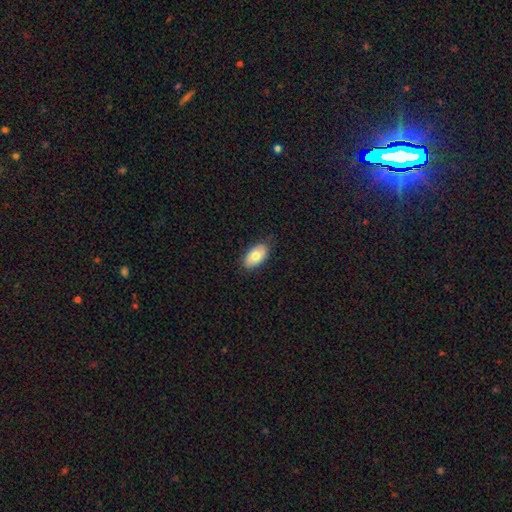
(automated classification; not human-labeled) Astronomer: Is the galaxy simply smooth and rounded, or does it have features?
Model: smooth — 78%.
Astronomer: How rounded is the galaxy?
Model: in between — 93%.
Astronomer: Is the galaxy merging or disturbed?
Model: none — 82%.